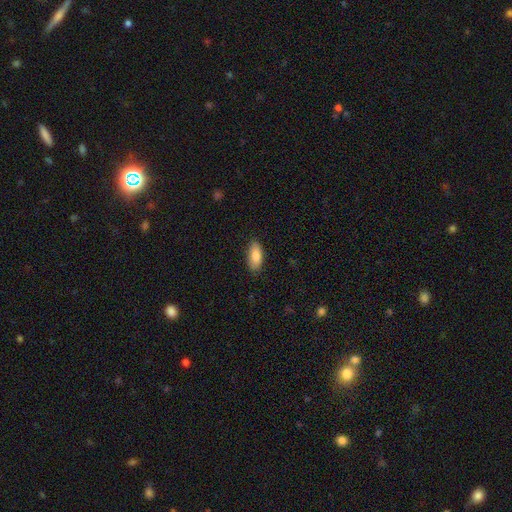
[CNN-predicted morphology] smooth_or_featured: smooth (p=0.84) [alt: featured or disk p=0.10]
how_rounded: in between (p=0.86) [alt: cigar-shaped p=0.12]
merging: none (p=0.86) [alt: minor disturbance p=0.11]